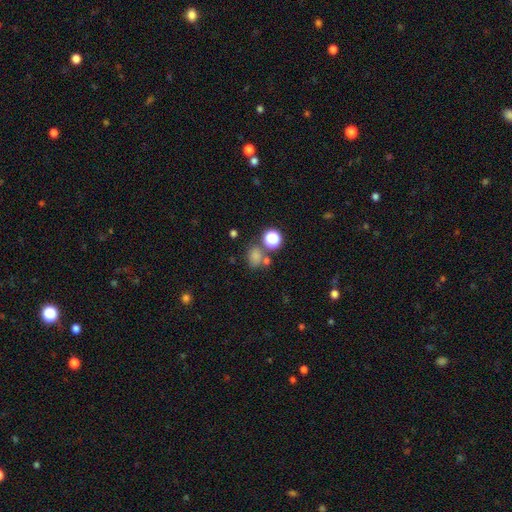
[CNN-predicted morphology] smooth-or-featured: smooth: 72% | star or artifact: 21% | featured or disk: 7%
  how-rounded: round: 52% | in between: 47% | cigar-shaped: 1%
  merging: none: 59% | merger: 22% | minor disturbance: 13% | major disturbance: 6%